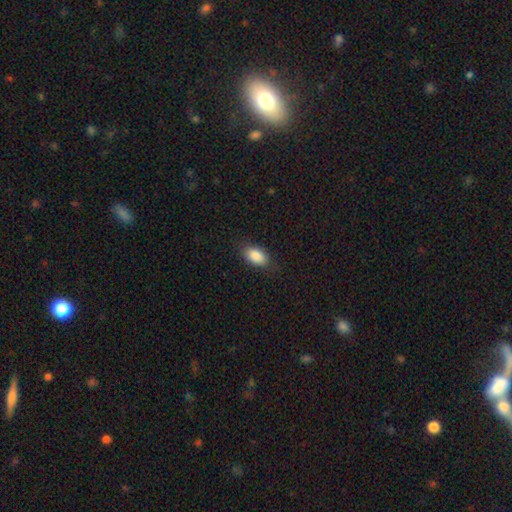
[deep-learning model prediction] Overall: smooth (88%). How rounded: in between (92%). Merging: none (83%).